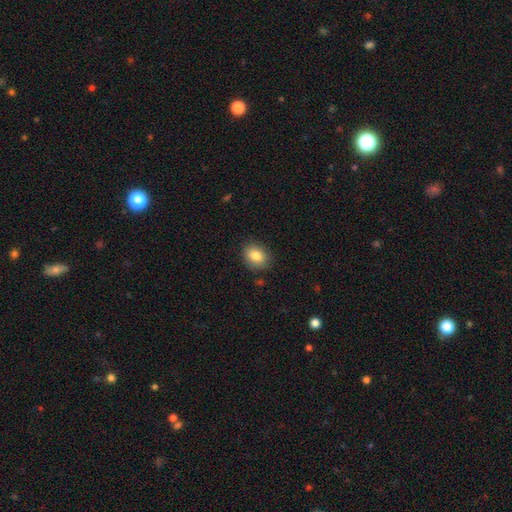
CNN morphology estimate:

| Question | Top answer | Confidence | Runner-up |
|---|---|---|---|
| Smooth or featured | smooth | 83% | star or artifact (9%) |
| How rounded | in between | 55% | round (44%) |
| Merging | none | 86% | minor disturbance (10%) |